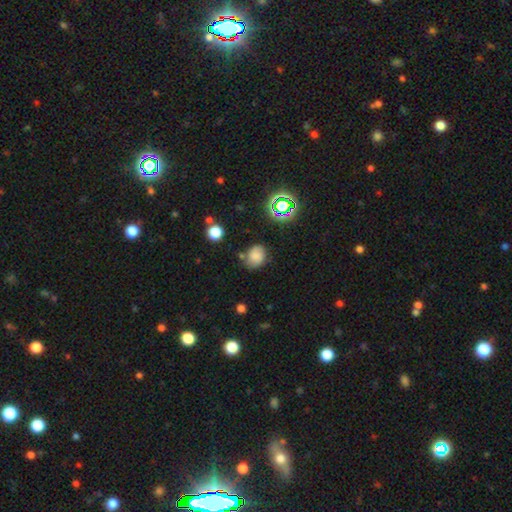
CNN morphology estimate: type=smooth (73%); roundness=round (59%); merging=none (68%).